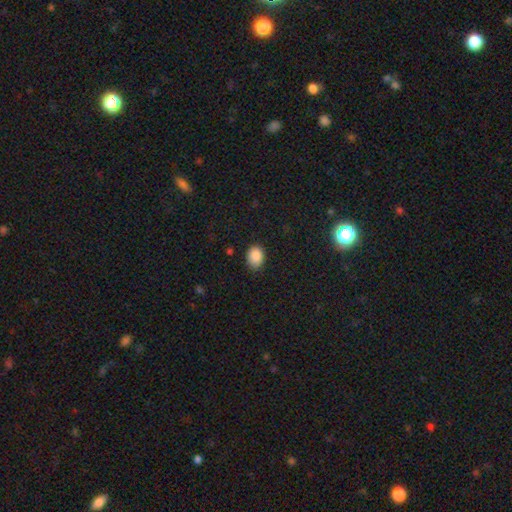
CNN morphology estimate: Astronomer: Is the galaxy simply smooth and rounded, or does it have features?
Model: smooth — 87%.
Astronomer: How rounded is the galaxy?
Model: in between — 69%.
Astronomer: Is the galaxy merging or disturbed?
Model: none — 79%.